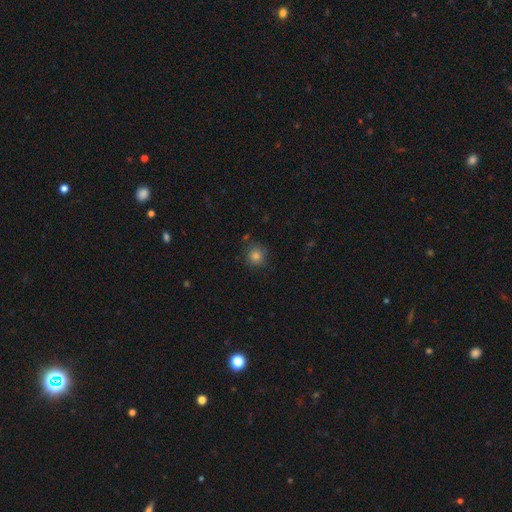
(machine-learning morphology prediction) A smooth galaxy with no disk features (79%) that is round (91%).

Vote fractions:
- Smooth or featured? smooth: 79% / star or artifact: 14% / featured or disk: 7%
- How rounded? round: 91% / in between: 8% / cigar-shaped: 1%
- Merging? none: 82% / minor disturbance: 12% / major disturbance: 3% / merger: 3%